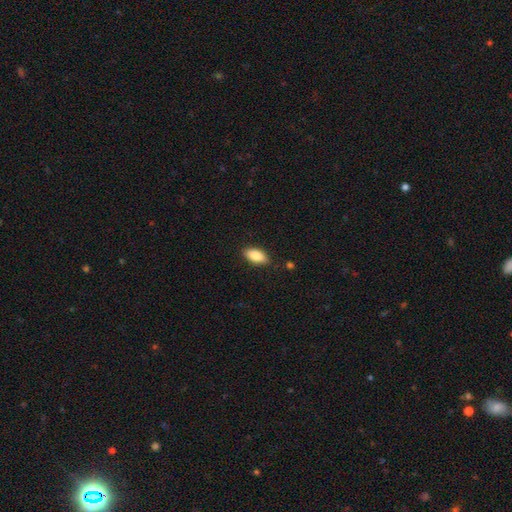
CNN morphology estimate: The model was most divided on "merging": none: 86%, minor disturbance: 10%, major disturbance: 2%, merger: 1%. More confident: how rounded — in between (90%); smooth or featured — smooth (87%).